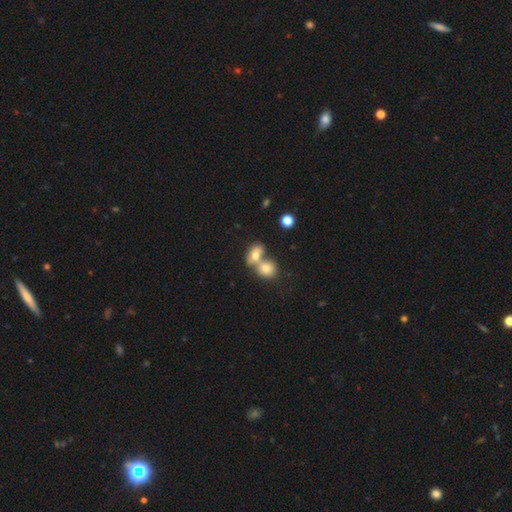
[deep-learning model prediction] smooth 72%, featured or disk 18%, star or artifact 11%. Down the decision tree: how rounded — in between (67%); merging — merger (62%).